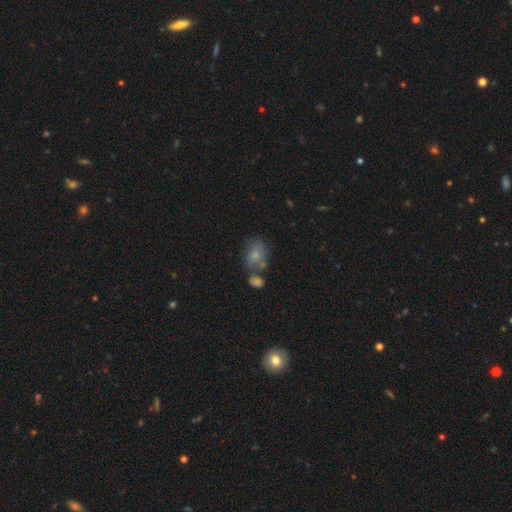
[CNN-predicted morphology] A smooth galaxy with no disk features (66%) that is in between round and cigar-shaped (68%).

Vote fractions:
- Smooth or featured? smooth: 66% / featured or disk: 23% / star or artifact: 12%
- How rounded? in between: 68% / round: 30% / cigar-shaped: 1%
- Merging? none: 44% / merger: 28% / minor disturbance: 19% / major disturbance: 8%